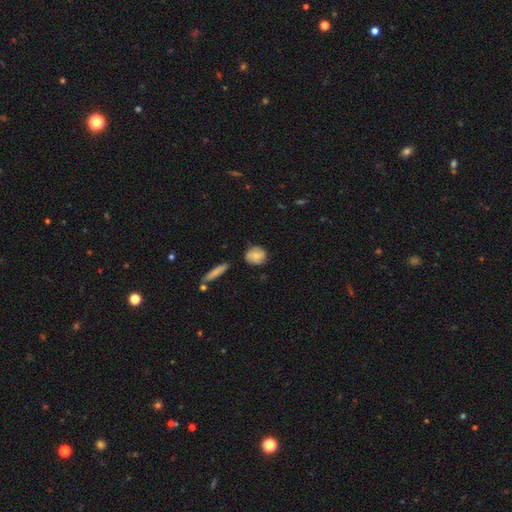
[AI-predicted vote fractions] Smooth or featured?
  - smooth: 61% *
  - featured or disk: 32%
  - star or artifact: 7%
How rounded?
  - round: 68% *
  - in between: 29%
  - cigar-shaped: 3%
Merging?
  - none: 72% *
  - minor disturbance: 21%
  - major disturbance: 4%
  - merger: 3%